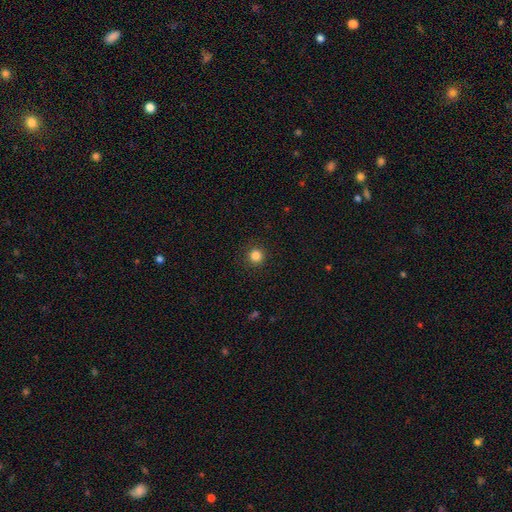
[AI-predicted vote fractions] Q: Smooth or featured?
A: smooth (85%); runner-up: star or artifact (12%)
Q: How rounded?
A: round (95%); runner-up: in between (4%)
Q: Merging?
A: none (92%); runner-up: minor disturbance (5%)